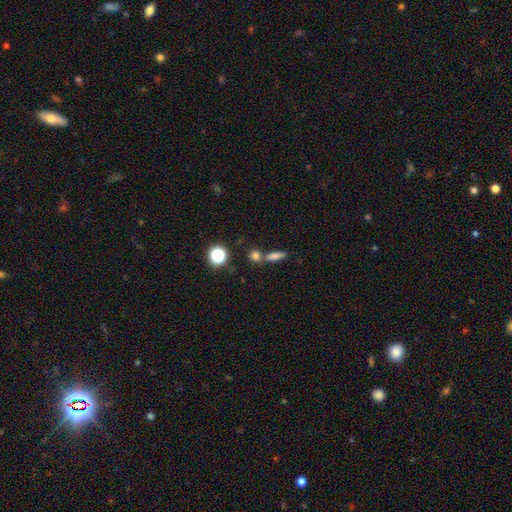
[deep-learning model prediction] A smooth galaxy with no disk features (74%) that is round (59%). Merging: none (56%).